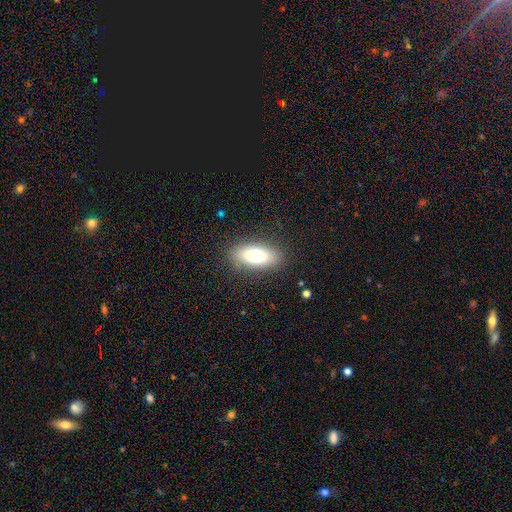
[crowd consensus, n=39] Smooth or featured? 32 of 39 (82%) said smooth. How rounded? 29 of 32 (91%) said in between. Merging? 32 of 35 (91%) said none.